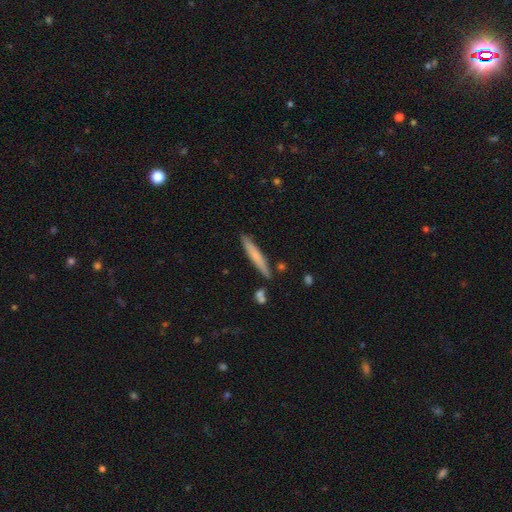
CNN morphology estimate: Smooth or featured: smooth — 65% (featured or disk — 29%)
How rounded: cigar-shaped — 94% (in between — 4%)
Merging: none — 85% (minor disturbance — 10%)